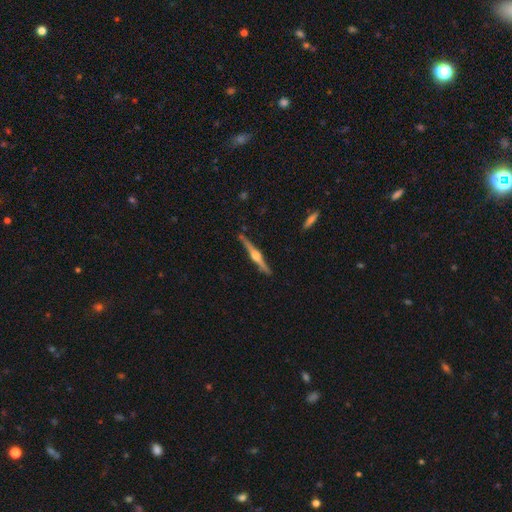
A featured or disk galaxy (90%) viewed edge-on (100%) with a rounded central bulge (100%).

Vote fractions:
- Smooth or featured? featured or disk: 90% / smooth: 10% / star or artifact: 0%
- Edge-on disk? yes: 100% / no: 0%
- Edge-on bulge? rounded: 100% / boxy: 0% / none: 0%
- Merging? none: 74% / minor disturbance: 23% / merger: 3% / major disturbance: 0%